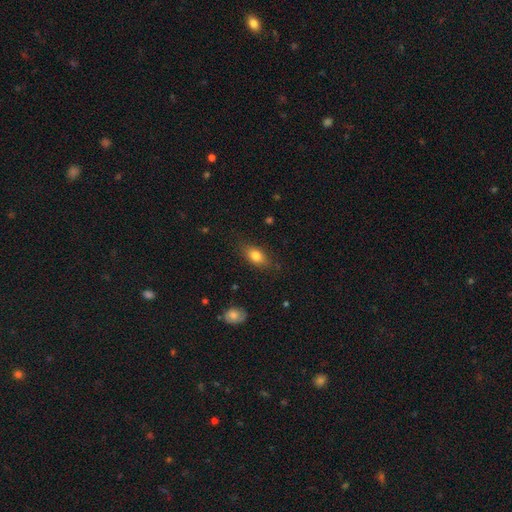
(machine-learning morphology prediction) Smooth or featured?
  - smooth: 79% *
  - featured or disk: 13%
  - star or artifact: 8%
How rounded?
  - in between: 82% *
  - round: 10%
  - cigar-shaped: 8%
Merging?
  - none: 79% *
  - minor disturbance: 16%
  - major disturbance: 4%
  - merger: 1%